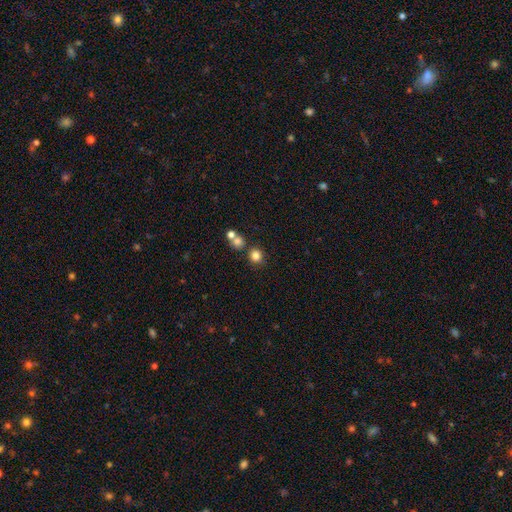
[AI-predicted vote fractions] Overall: smooth (81%). How rounded: round (89%). Merging: none (74%).